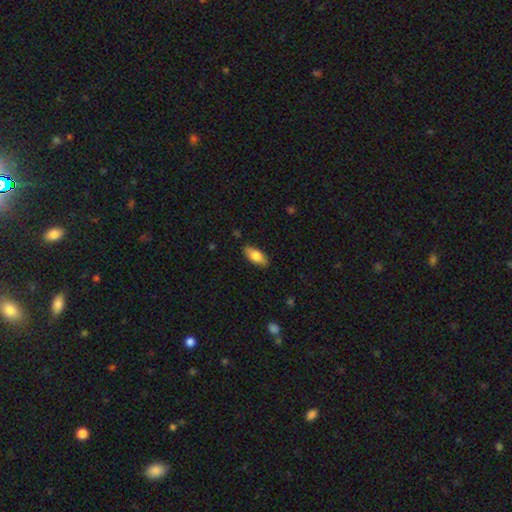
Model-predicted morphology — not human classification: A smooth galaxy with no disk features (76%) that is in between round and cigar-shaped (83%).

Vote fractions:
- Smooth or featured? smooth: 76% / featured or disk: 18% / star or artifact: 6%
- How rounded? in between: 83% / cigar-shaped: 14% / round: 3%
- Merging? none: 86% / minor disturbance: 11% / major disturbance: 2% / merger: 1%